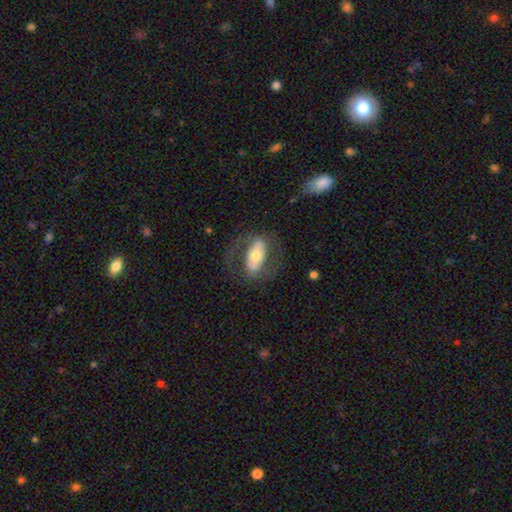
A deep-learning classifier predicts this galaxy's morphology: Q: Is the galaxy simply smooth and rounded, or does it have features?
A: featured or disk — 60%.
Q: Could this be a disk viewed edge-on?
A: no — 90%.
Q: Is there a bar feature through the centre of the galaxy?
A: no — 39%.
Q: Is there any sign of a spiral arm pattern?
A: yes — 57%.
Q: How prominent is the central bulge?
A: moderate — 62%.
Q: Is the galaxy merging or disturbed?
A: none — 65%.